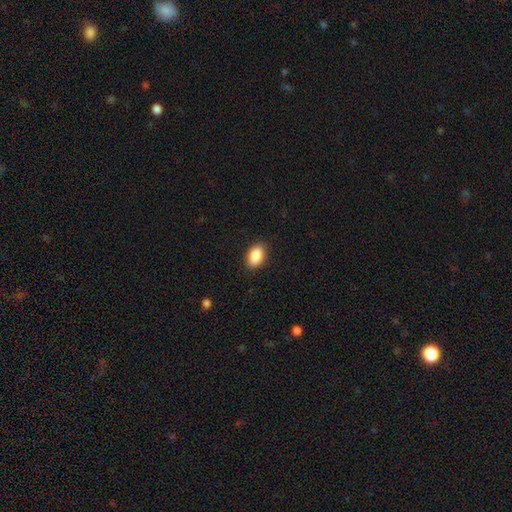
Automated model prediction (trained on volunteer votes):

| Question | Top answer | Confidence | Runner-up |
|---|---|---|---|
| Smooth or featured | smooth | 89% | star or artifact (7%) |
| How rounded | in between | 91% | round (8%) |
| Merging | none | 89% | minor disturbance (8%) |